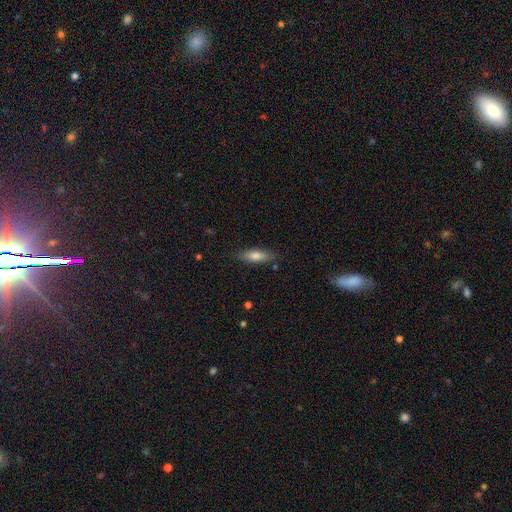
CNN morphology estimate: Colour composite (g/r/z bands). It shows a smooth galaxy with no disk features (72%) that is cigar-shaped (51%). Merging: none (84%).